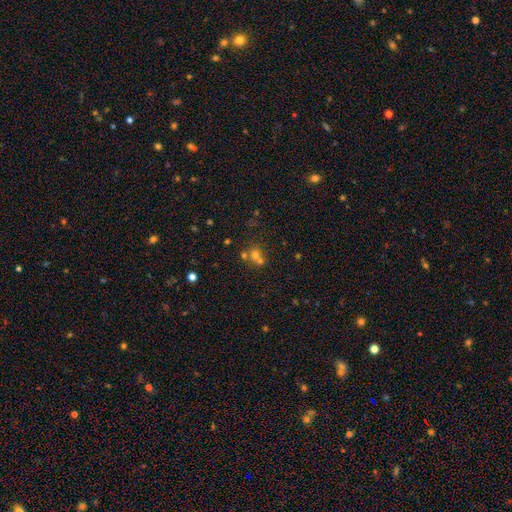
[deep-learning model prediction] smooth 59%, star or artifact 24%, featured or disk 17%. Down the decision tree: how rounded — round (82%); merging — merger (48%).